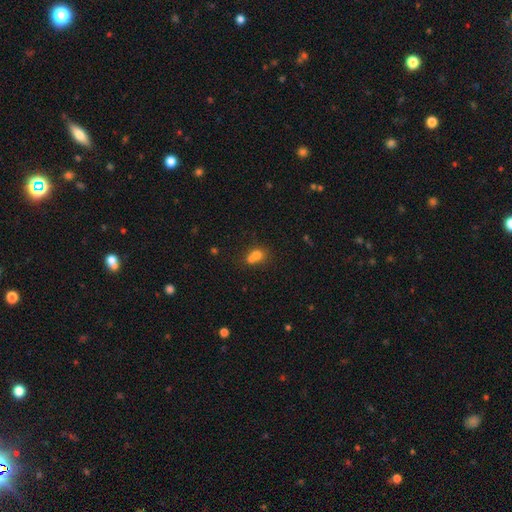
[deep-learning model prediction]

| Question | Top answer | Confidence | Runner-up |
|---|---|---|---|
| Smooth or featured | smooth | 71% | featured or disk (16%) |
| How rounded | round | 60% | in between (39%) |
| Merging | merger | 59% | none (28%) |